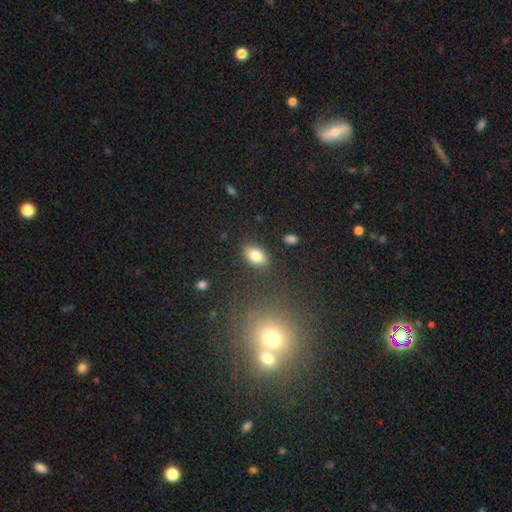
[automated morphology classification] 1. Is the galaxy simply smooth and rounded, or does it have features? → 82% smooth, 9% featured or disk, 9% star or artifact.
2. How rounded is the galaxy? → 88% in between, 10% round, 2% cigar-shaped.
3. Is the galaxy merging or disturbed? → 84% none, 11% minor disturbance, 3% major disturbance, 2% merger.